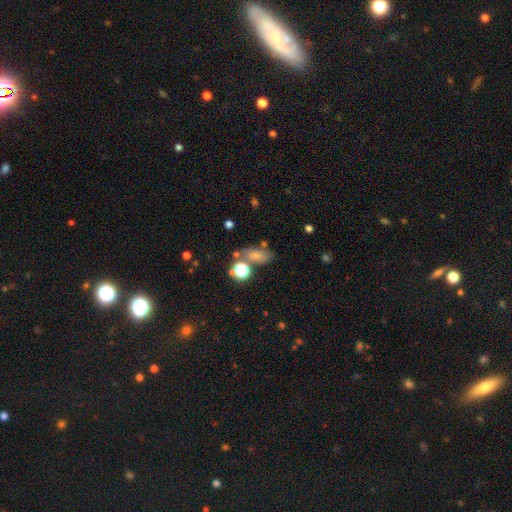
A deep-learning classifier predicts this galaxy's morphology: Smooth or featured?
  - smooth: 70% *
  - star or artifact: 18%
  - featured or disk: 12%
How rounded?
  - in between: 75% *
  - round: 17%
  - cigar-shaped: 8%
Merging?
  - none: 59% *
  - minor disturbance: 17%
  - merger: 16%
  - major disturbance: 8%